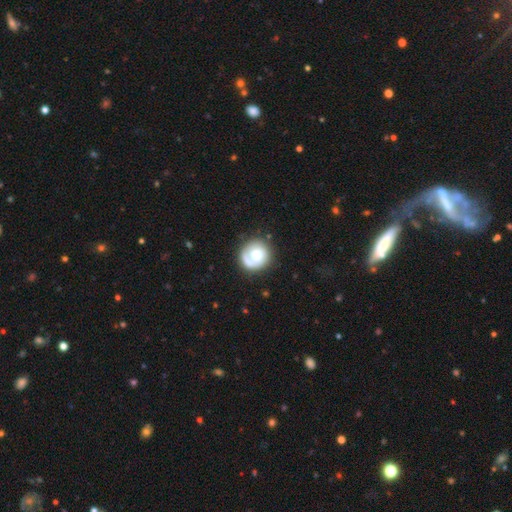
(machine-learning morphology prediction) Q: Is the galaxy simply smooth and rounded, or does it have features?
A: smooth — 49%.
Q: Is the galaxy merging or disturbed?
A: none — 67%.